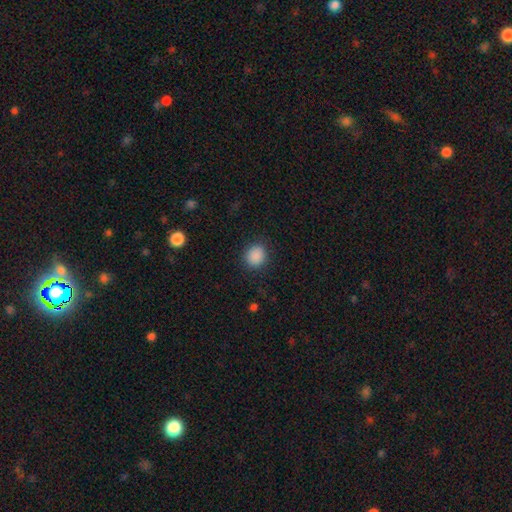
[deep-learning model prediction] This appears to be a smooth galaxy with no disk features (88%) that is round (80%). Merging: none (88%).